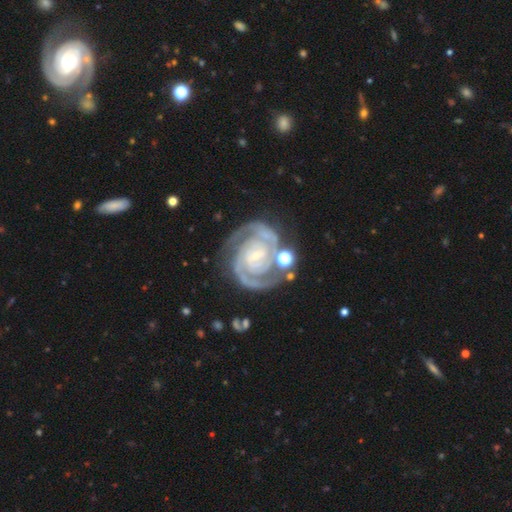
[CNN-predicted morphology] A featured or disk galaxy (93%) with no bar (49%), 2 (87%) tight (70%) spiral arms (99%) and a small central bulge (68%).

Vote fractions:
- Smooth or featured? featured or disk: 93% / star or artifact: 5% / smooth: 3%
- Edge-on disk? no: 98% / yes: 2%
- Bar? no: 49% / weak: 34% / strong: 17%
- Spiral arms? yes: 99% / no: 1%
- Spiral winding? tight: 70% / medium: 27% / loose: 3%
- Spiral arm count? 2: 87% / 3: 6% / can't tell: 3% / 4: 2% / 1: 2% / more than 4: 2%
- Bulge size? small: 68% / moderate: 16% / none: 13% / large: 2% / dominant: 1%
- Merging? none: 75% / minor disturbance: 14% / merger: 5% / major disturbance: 5%